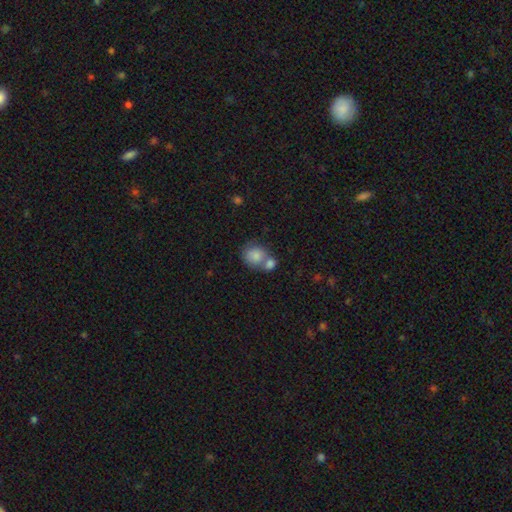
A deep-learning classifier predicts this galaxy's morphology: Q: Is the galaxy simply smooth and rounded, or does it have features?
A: smooth — 81%.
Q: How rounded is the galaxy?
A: round — 68%.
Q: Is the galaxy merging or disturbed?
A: merger — 55%.